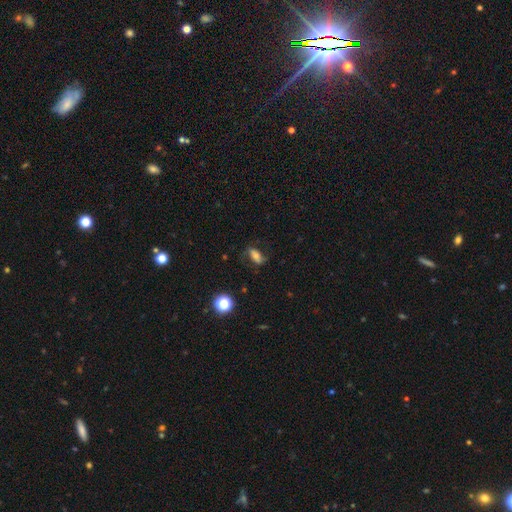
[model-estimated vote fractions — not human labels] A smooth galaxy with no disk features (49%). Merging: none (67%).